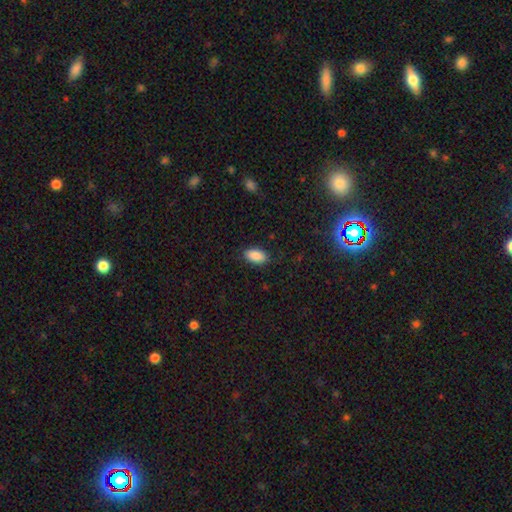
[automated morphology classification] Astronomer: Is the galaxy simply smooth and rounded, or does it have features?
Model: smooth — 89%.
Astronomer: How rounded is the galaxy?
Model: in between — 93%.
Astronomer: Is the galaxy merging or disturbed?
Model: none — 85%.